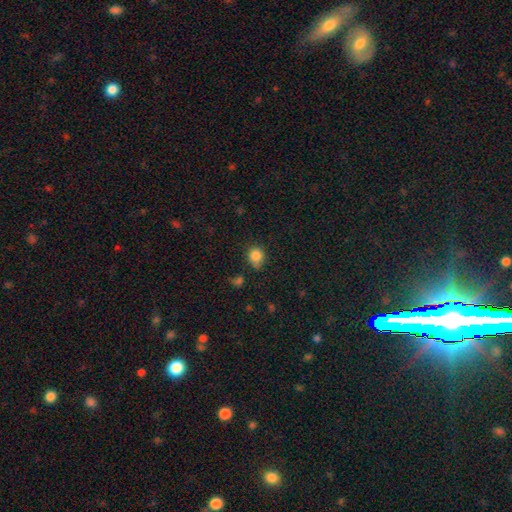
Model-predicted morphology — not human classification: Overall: smooth (85%). How rounded: round (70%). Merging: none (64%; minor disturbance 25%).